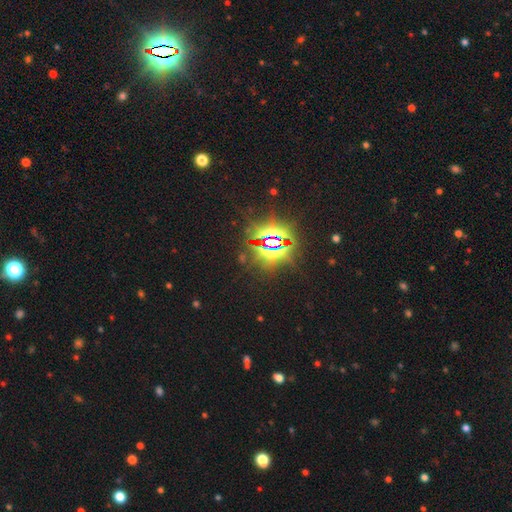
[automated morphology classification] smooth_or_featured: star or artifact (p=0.87) [alt: smooth p=0.07]